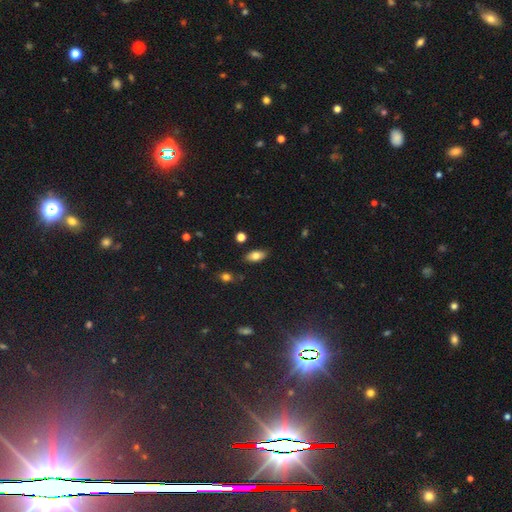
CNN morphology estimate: smooth-or-featured: smooth: 79% | featured or disk: 13% | star or artifact: 9%
  how-rounded: in between: 90% | cigar-shaped: 6% | round: 4%
  merging: none: 83% | minor disturbance: 12% | merger: 3% | major disturbance: 2%